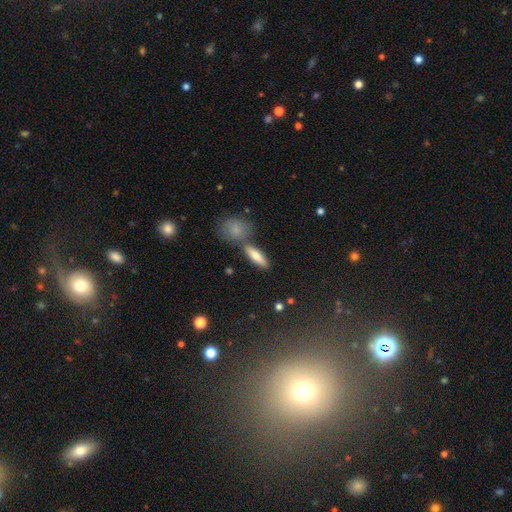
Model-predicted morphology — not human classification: A smooth galaxy with no disk features (74%) that is cigar-shaped (52%).

Vote fractions:
- Smooth or featured? smooth: 74% / featured or disk: 19% / star or artifact: 7%
- How rounded? cigar-shaped: 52% / in between: 44% / round: 4%
- Merging? none: 71% / merger: 15% / minor disturbance: 11% / major disturbance: 3%